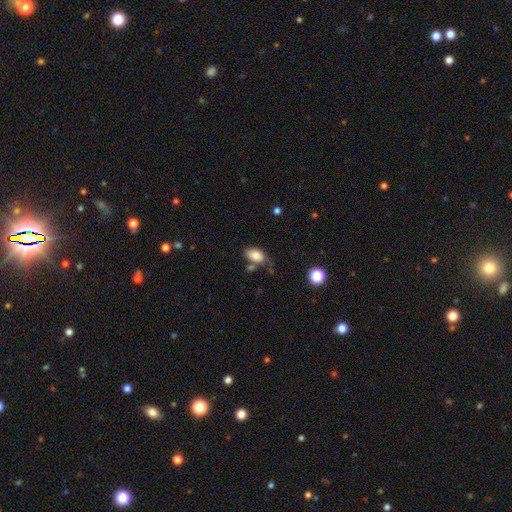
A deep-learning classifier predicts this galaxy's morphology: Smooth or featured? smooth (83%)
How rounded? in between (89%)
Merging? none (47%)